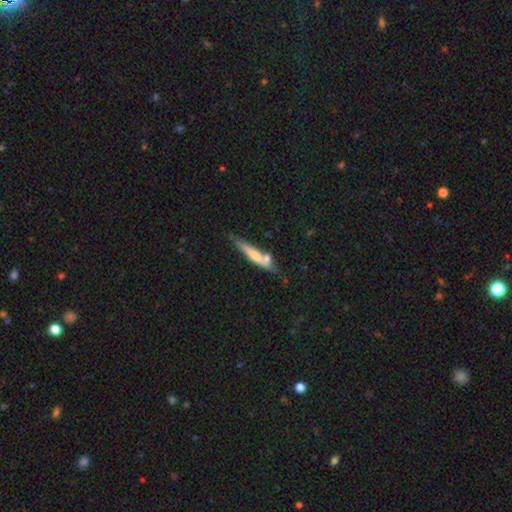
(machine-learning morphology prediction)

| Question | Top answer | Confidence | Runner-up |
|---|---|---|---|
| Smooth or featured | smooth | 54% | featured or disk (39%) |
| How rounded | cigar-shaped | 88% | in between (10%) |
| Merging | none | 53% | merger (22%) |